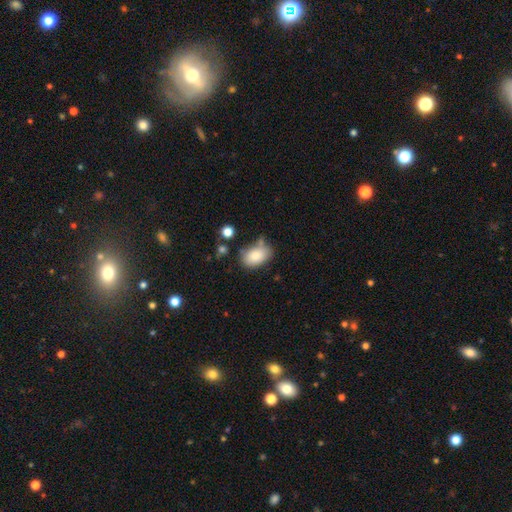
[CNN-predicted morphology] Smooth or featured? Predicted: smooth (p=0.84). How rounded? Predicted: in between (p=0.89). Merging? Predicted: none (p=0.62).